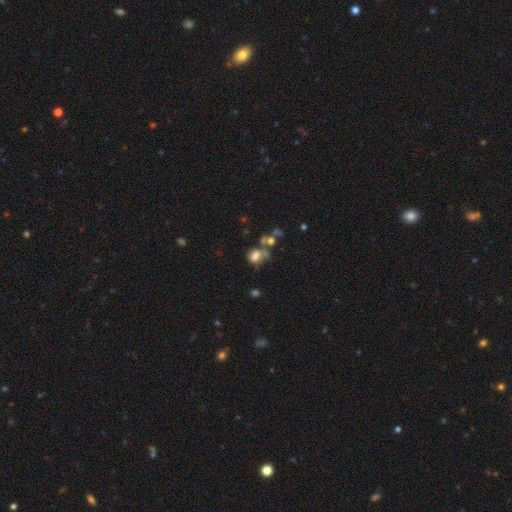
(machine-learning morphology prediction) A smooth galaxy with no disk features (62%) that is in between round and cigar-shaped (60%). Merging: merger (32%).